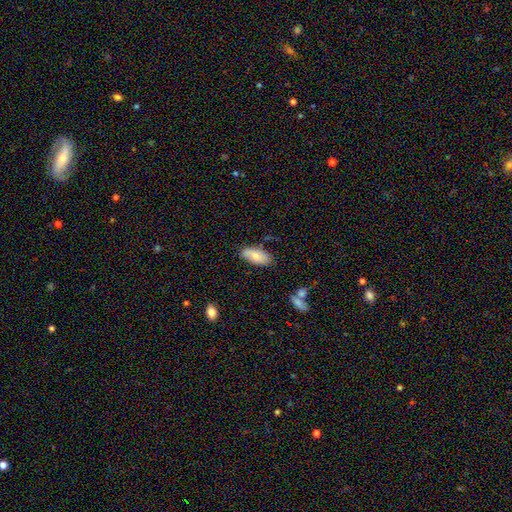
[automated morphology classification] smooth 77%, featured or disk 17%, star or artifact 7%. Down the decision tree: how rounded — in between (92%); merging — none (73%).